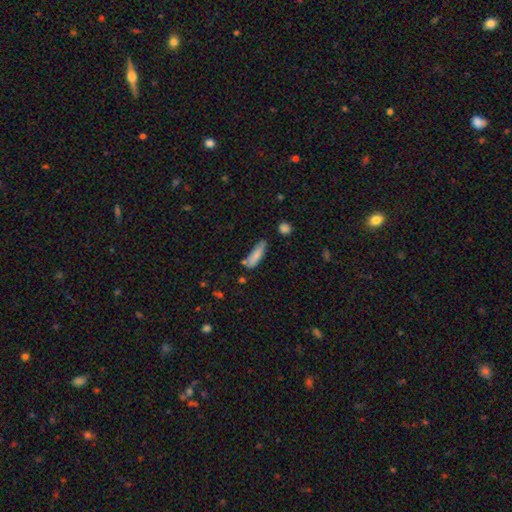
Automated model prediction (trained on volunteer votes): Morphology: type=smooth (80%); roundness=cigar-shaped (67%); merging=none (61%).